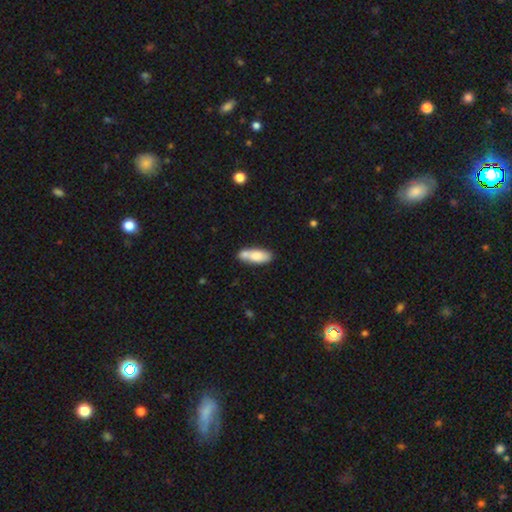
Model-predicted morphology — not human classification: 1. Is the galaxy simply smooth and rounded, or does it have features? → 77% smooth, 16% featured or disk, 6% star or artifact.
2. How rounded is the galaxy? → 65% in between, 32% cigar-shaped, 2% round.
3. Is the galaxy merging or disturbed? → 51% none, 28% merger, 17% minor disturbance, 4% major disturbance.